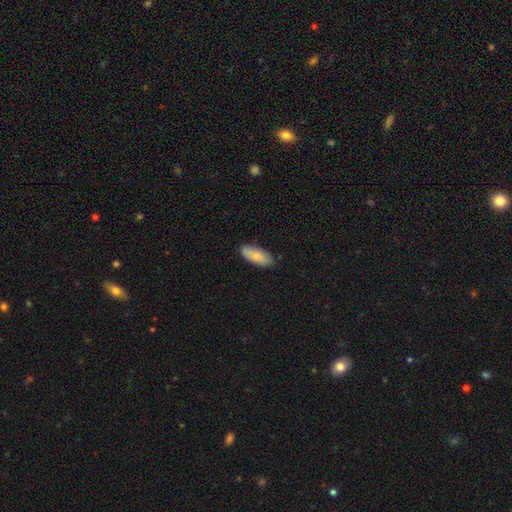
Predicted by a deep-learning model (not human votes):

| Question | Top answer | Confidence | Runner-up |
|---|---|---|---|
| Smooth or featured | smooth | 82% | featured or disk (12%) |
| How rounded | in between | 79% | cigar-shaped (19%) |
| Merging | none | 85% | minor disturbance (12%) |